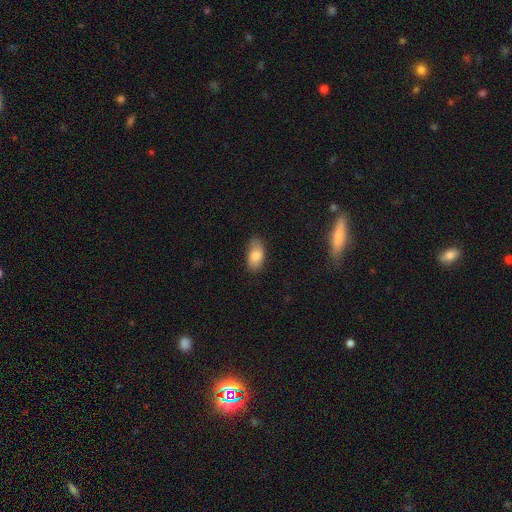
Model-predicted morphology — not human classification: The model was most divided on "merging": none: 78%, minor disturbance: 17%, major disturbance: 3%, merger: 1%. More confident: how rounded — in between (93%); smooth or featured — smooth (79%).